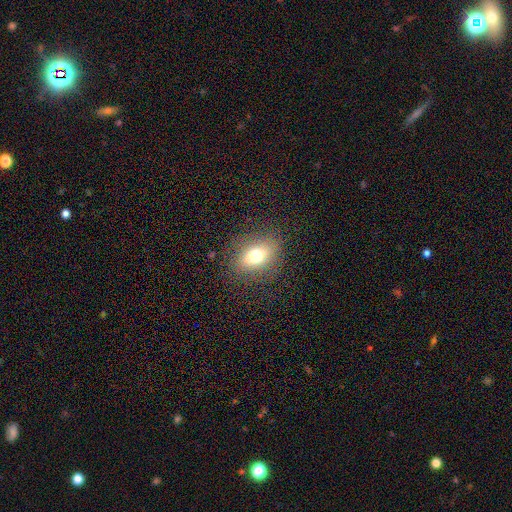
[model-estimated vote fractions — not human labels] Smooth or featured?
  - smooth: 69% *
  - featured or disk: 18%
  - star or artifact: 13%
How rounded?
  - in between: 65% *
  - round: 32%
  - cigar-shaped: 3%
Merging?
  - none: 83% *
  - minor disturbance: 11%
  - major disturbance: 5%
  - merger: 1%